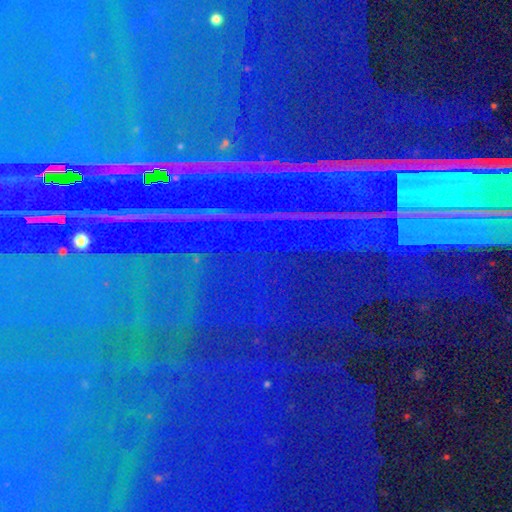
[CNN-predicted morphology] Smooth or featured?
  - star or artifact: 86% *
  - featured or disk: 8%
  - smooth: 6%